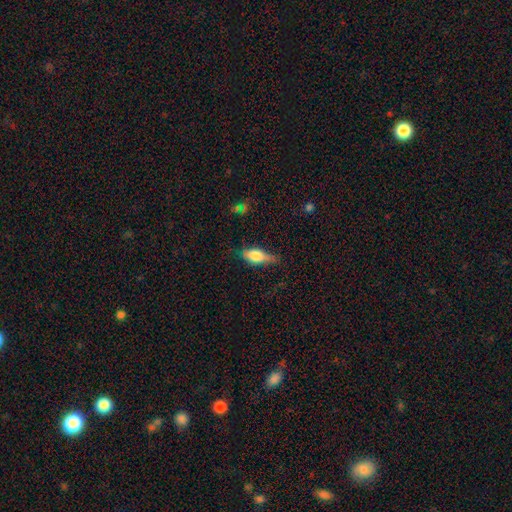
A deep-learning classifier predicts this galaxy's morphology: A smooth galaxy with no disk features (70%) that is in between round and cigar-shaped (75%).

Vote fractions:
- Smooth or featured? smooth: 70% / featured or disk: 23% / star or artifact: 8%
- How rounded? in between: 75% / cigar-shaped: 21% / round: 4%
- Merging? none: 54% / minor disturbance: 32% / major disturbance: 11% / merger: 2%